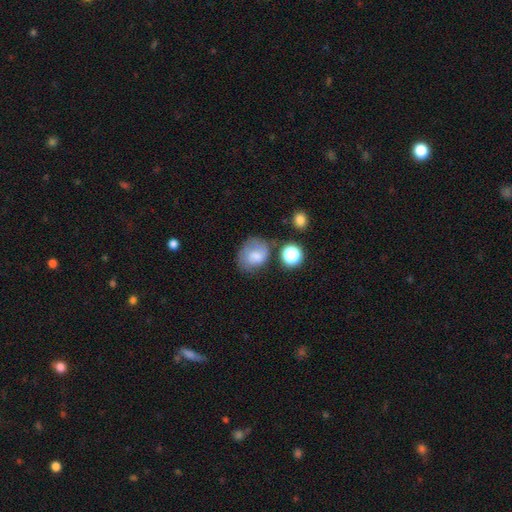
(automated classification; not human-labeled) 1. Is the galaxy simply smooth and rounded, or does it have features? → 65% smooth, 24% featured or disk, 12% star or artifact.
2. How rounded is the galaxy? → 52% round, 47% in between, 1% cigar-shaped.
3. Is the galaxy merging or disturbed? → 49% none, 27% minor disturbance, 16% major disturbance, 7% merger.